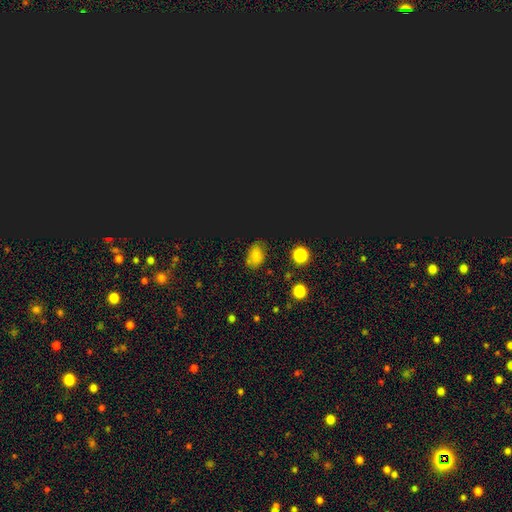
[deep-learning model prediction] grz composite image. It shows a smooth galaxy with no disk features (64%) that is in between round and cigar-shaped (77%). Merging: none (71%).